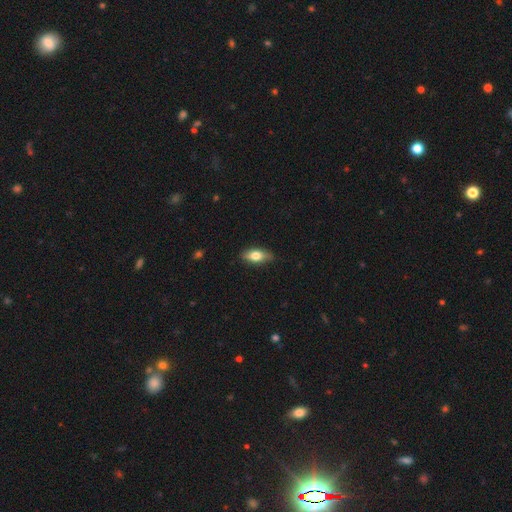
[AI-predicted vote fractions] Smooth or featured? Predicted: smooth (p=0.73). How rounded? Predicted: in between (p=0.83). Merging? Predicted: none (p=0.81).